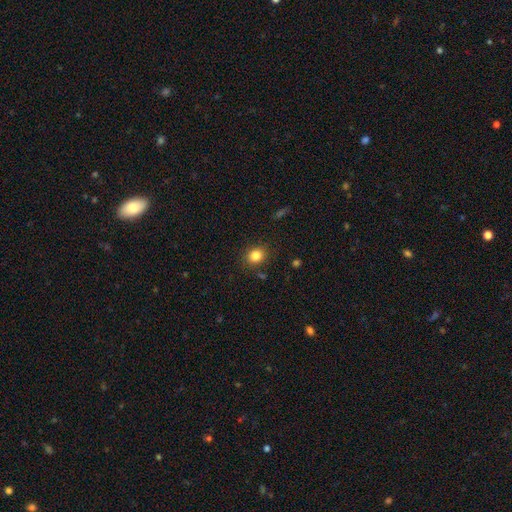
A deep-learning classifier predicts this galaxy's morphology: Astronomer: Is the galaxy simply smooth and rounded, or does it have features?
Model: smooth — 83%.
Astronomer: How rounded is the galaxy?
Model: round — 69%.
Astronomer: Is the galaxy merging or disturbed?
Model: none — 85%.